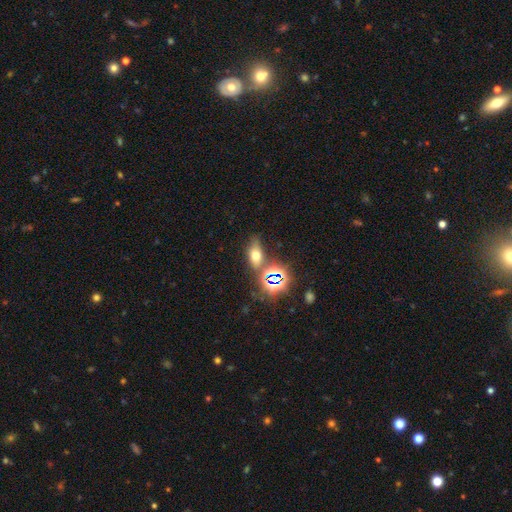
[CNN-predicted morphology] A smooth galaxy with no disk features (53%) that is in between round and cigar-shaped (71%).

Vote fractions:
- Smooth or featured? smooth: 53% / star or artifact: 30% / featured or disk: 17%
- How rounded? in between: 71% / round: 15% / cigar-shaped: 13%
- Merging? none: 65% / minor disturbance: 15% / merger: 13% / major disturbance: 7%